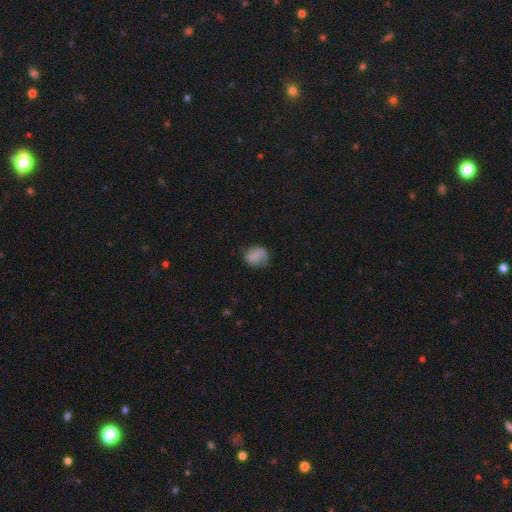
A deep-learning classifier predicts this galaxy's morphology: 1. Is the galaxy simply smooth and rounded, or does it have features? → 78% smooth, 13% featured or disk, 9% star or artifact.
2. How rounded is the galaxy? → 54% round, 44% in between, 2% cigar-shaped.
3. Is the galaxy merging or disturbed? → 72% none, 21% minor disturbance, 6% major disturbance, 1% merger.